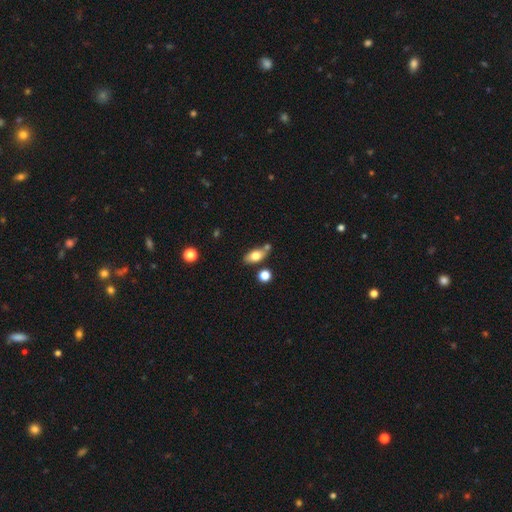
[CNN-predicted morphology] Smooth or featured: smooth — 74% (featured or disk — 18%)
How rounded: in between — 83% (round — 8%)
Merging: none — 64% (minor disturbance — 16%)